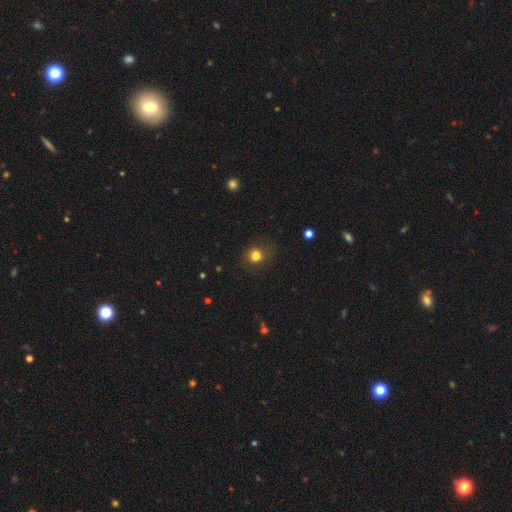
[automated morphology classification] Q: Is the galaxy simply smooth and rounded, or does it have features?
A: smooth — 81%.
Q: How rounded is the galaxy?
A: round — 82%.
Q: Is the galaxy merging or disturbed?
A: none — 80%.